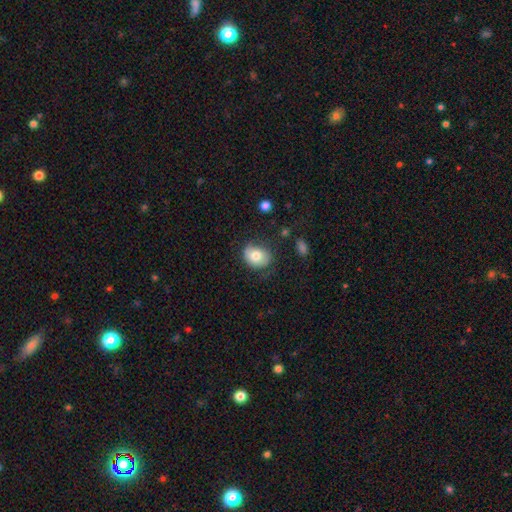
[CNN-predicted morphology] A smooth galaxy with no disk features (74%) that is in between round and cigar-shaped (50%).

Vote fractions:
- Smooth or featured? smooth: 74% / featured or disk: 17% / star or artifact: 8%
- How rounded? in between: 50% / round: 49% / cigar-shaped: 1%
- Merging? none: 60% / minor disturbance: 28% / major disturbance: 10% / merger: 2%